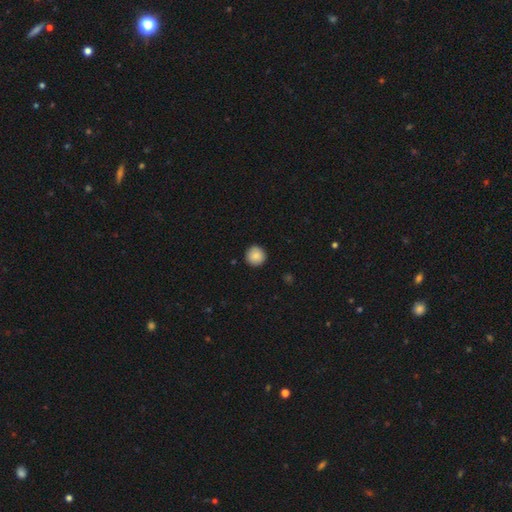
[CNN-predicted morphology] A smooth galaxy with no disk features (88%) that is round (95%).

Vote fractions:
- Smooth or featured? smooth: 88% / star or artifact: 8% / featured or disk: 4%
- How rounded? round: 95% / in between: 4% / cigar-shaped: 1%
- Merging? none: 92% / minor disturbance: 6% / major disturbance: 2% / merger: 1%